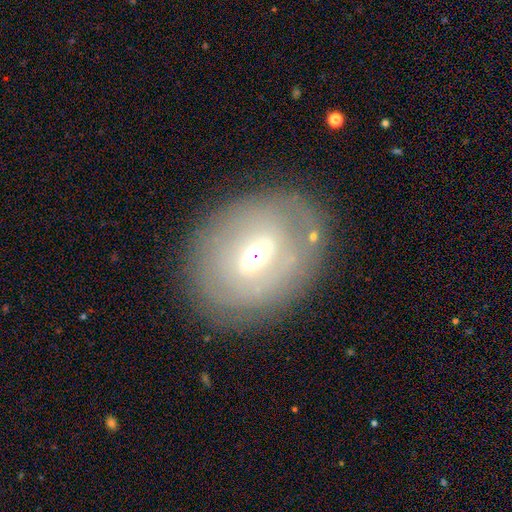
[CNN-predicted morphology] This is possibly a featured or disk galaxy (51%). It is clearly not viewed edge-on (92%). Merging: likely none (74%).